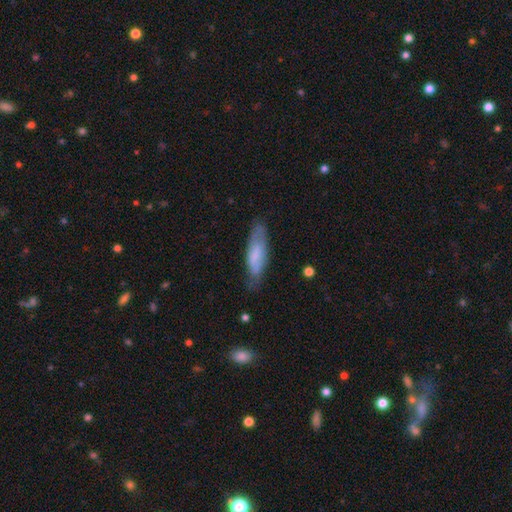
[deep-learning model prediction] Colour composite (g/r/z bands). It shows a smooth galaxy with no disk features (62%) that is cigar-shaped (55%). Merging: none (68%).